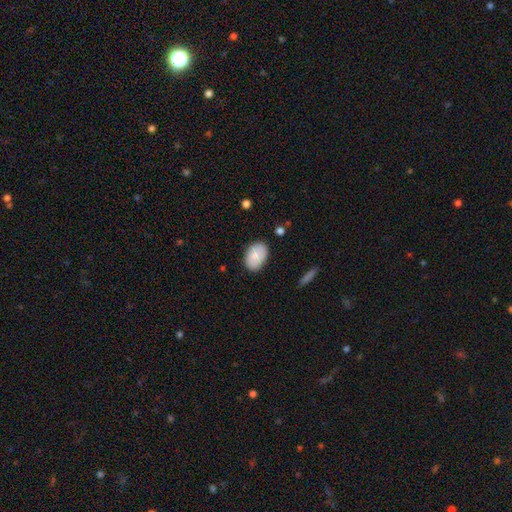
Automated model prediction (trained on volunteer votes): smooth_or_featured: smooth (p=0.83) [alt: featured or disk p=0.11]
how_rounded: in between (p=0.88) [alt: round p=0.11]
merging: none (p=0.82) [alt: minor disturbance p=0.14]